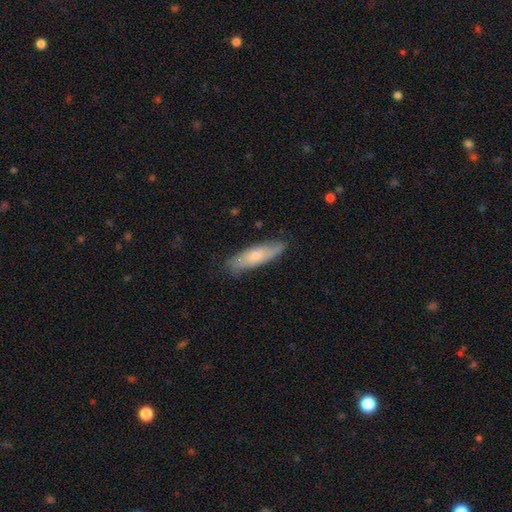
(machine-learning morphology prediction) Overall: smooth (63%; featured or disk 31%). How rounded: cigar-shaped (64%; in between 34%). Merging: none (81%).